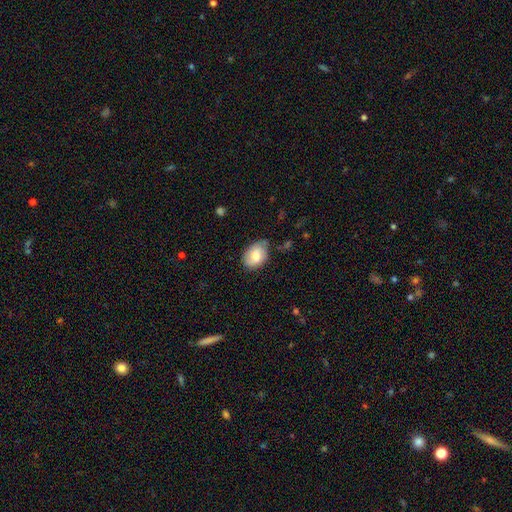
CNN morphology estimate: Overall: smooth (75%). How rounded: in between (75%). Merging: none (58%; minor disturbance 33%).